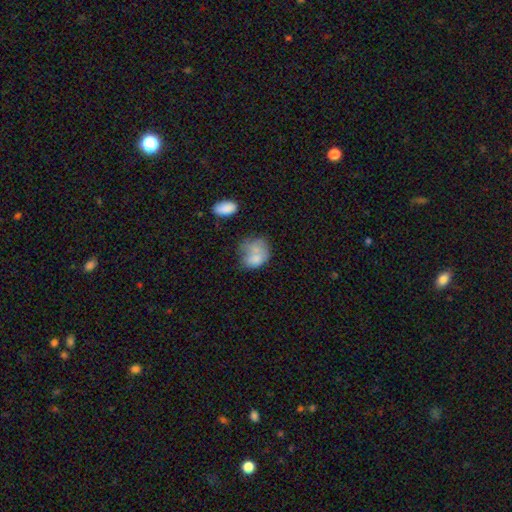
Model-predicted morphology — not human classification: A smooth galaxy with no disk features (66%) that is in between round and cigar-shaped (54%). Merging: none (32%).